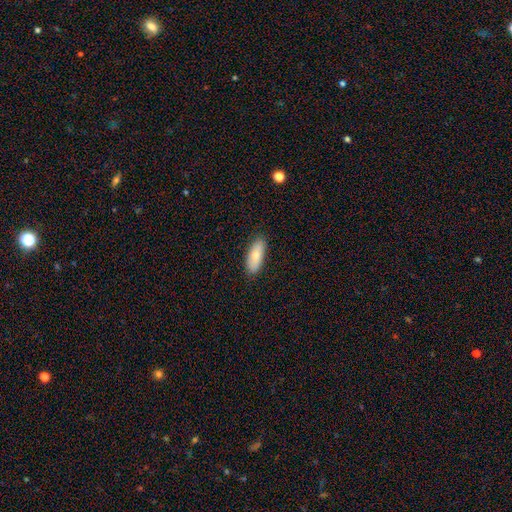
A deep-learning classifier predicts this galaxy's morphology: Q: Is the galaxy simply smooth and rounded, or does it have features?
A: smooth — 76%.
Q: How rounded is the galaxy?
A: in between — 76%.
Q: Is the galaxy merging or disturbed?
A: none — 87%.